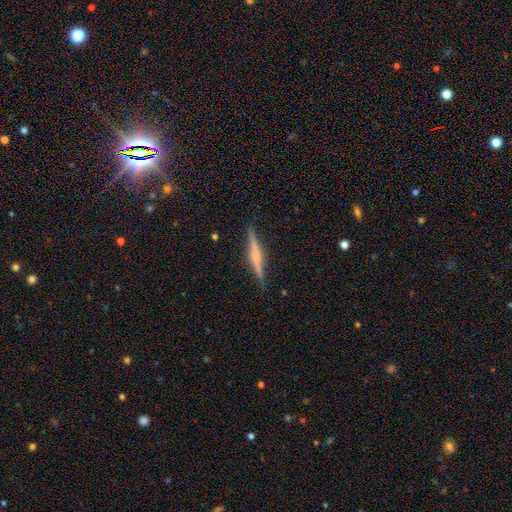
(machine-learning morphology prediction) Smooth or featured: featured or disk — 67% (smooth — 26%)
Edge-on disk: yes — 98% (no — 2%)
Edge-on bulge: rounded — 51% (boxy — 25%)
Merging: none — 89% (minor disturbance — 8%)